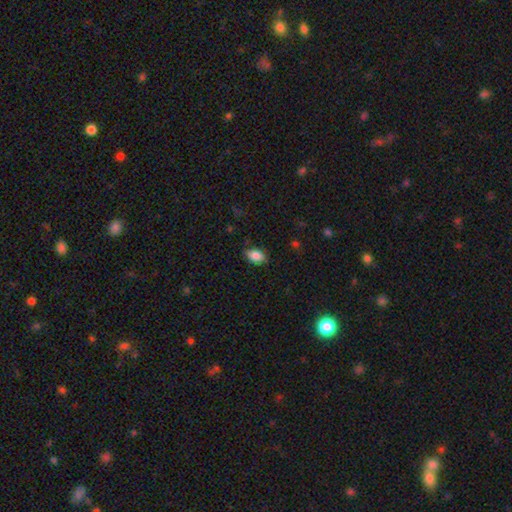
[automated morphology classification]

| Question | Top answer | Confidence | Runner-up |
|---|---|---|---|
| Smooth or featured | smooth | 86% | star or artifact (8%) |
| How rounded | in between | 86% | round (12%) |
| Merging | none | 80% | minor disturbance (16%) |